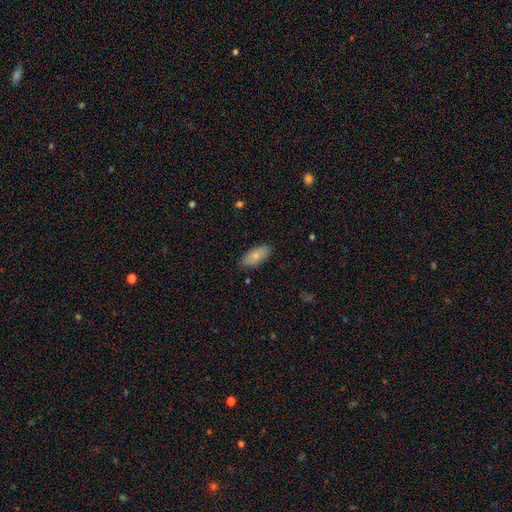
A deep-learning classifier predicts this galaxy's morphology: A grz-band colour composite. It shows a smooth galaxy with no disk features (77%) that is in between round and cigar-shaped (87%). Merging: none (84%).